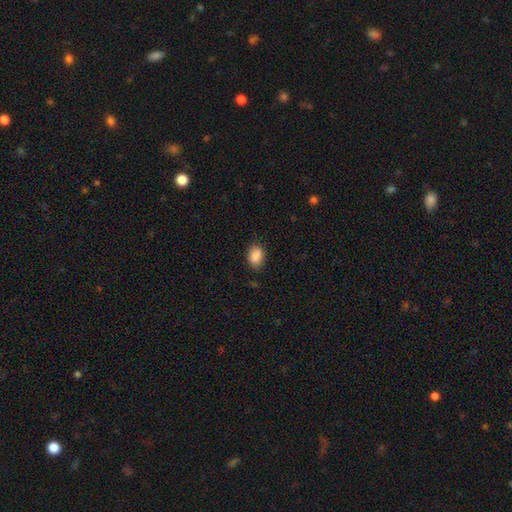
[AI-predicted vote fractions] smooth 88%, star or artifact 8%, featured or disk 4%. Down the decision tree: how rounded — in between (80%); merging — none (82%).